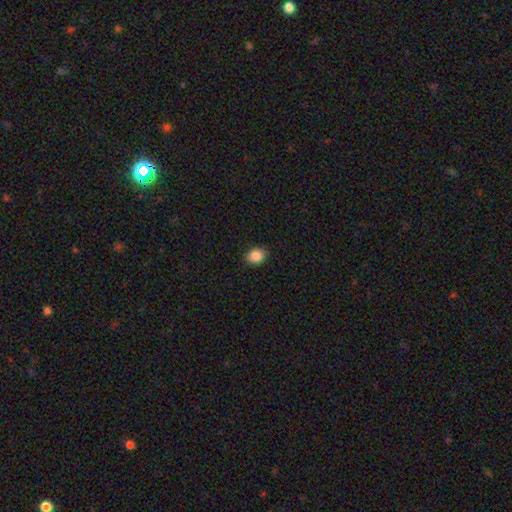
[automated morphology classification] smooth-or-featured: smooth: 87% | star or artifact: 9% | featured or disk: 4%
  how-rounded: round: 52% | in between: 47% | cigar-shaped: 1%
  merging: none: 87% | minor disturbance: 10% | major disturbance: 2% | merger: 1%